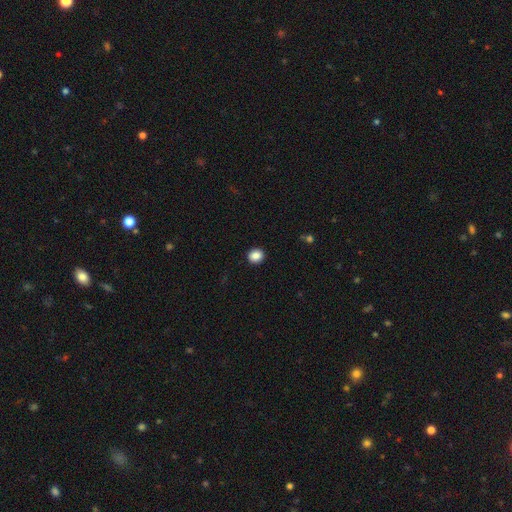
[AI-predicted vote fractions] Smooth or featured? Predicted: smooth (p=0.87). How rounded? Predicted: round (p=0.79). Merging? Predicted: none (p=0.92).